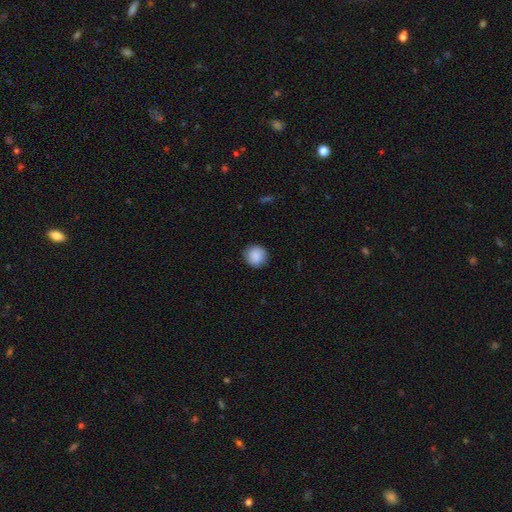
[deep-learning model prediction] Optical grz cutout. It shows a smooth galaxy with no disk features (89%) that is round (92%). Merging: none (89%).